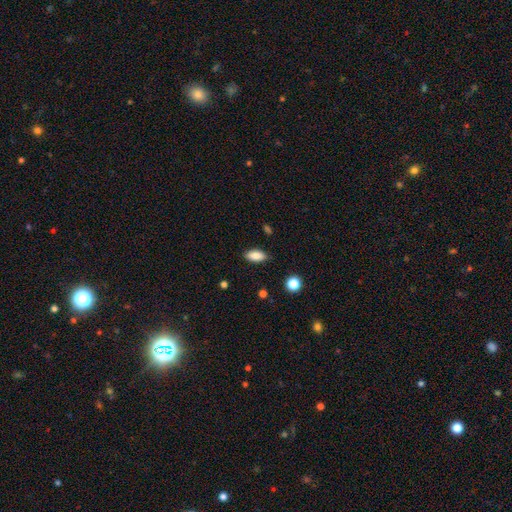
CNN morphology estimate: A smooth galaxy with no disk features (85%) that is in between round and cigar-shaped (90%).

Vote fractions:
- Smooth or featured? smooth: 85% / star or artifact: 8% / featured or disk: 7%
- How rounded? in between: 90% / cigar-shaped: 7% / round: 3%
- Merging? none: 87% / minor disturbance: 10% / major disturbance: 2% / merger: 1%